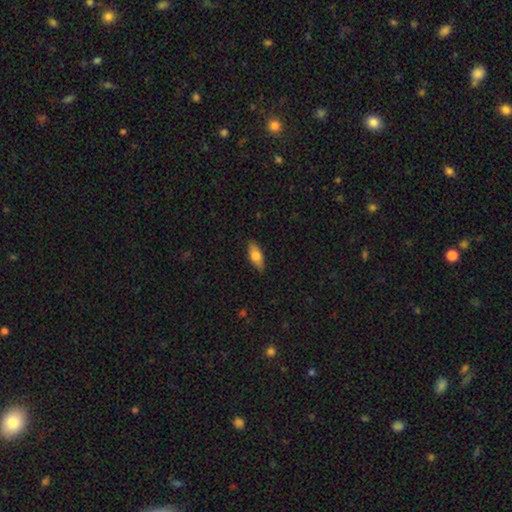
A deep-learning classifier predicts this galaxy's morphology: type=smooth (73%); roundness=in between (76%); merging=none (86%).